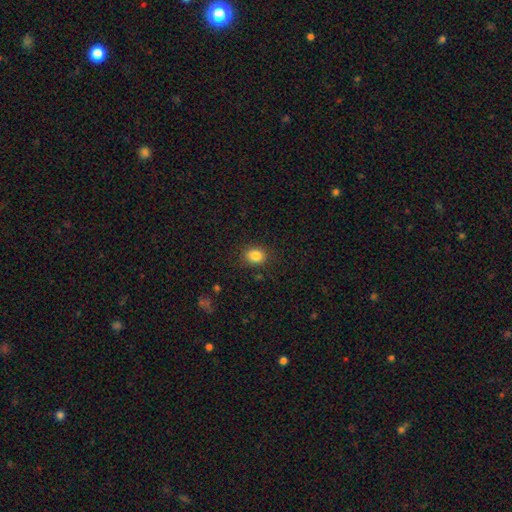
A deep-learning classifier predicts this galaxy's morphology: This is clearly a smooth galaxy (85%). How rounded: possibly round (56%). Merging: clearly none (86%).